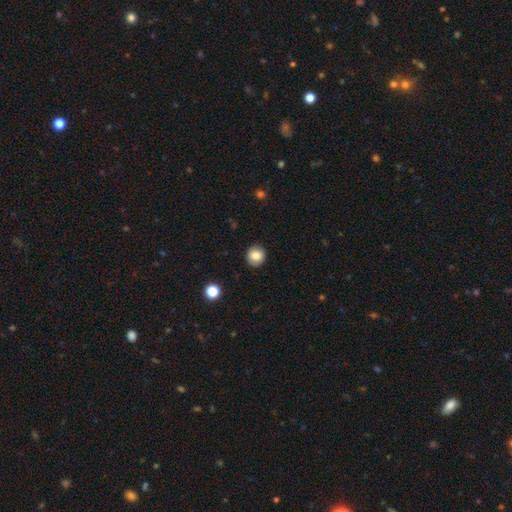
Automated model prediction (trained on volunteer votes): A smooth galaxy with no disk features (84%) that is round (89%). Merging: none (90%).